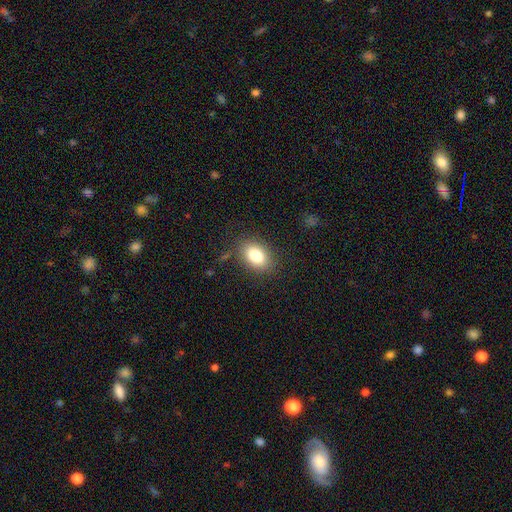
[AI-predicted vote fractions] A smooth galaxy with no disk features (83%) that is in between round and cigar-shaped (81%). Merging: none (83%).